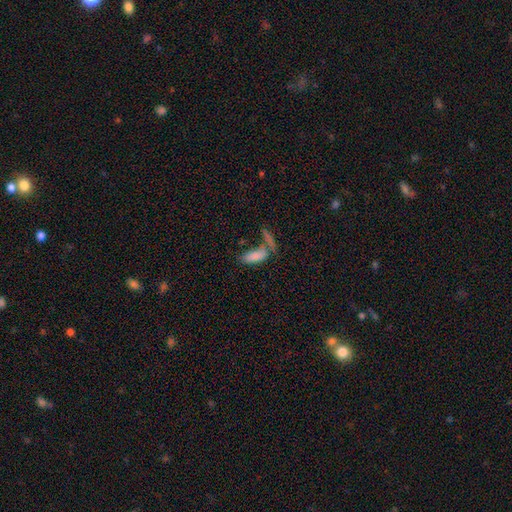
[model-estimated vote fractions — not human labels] Smooth or featured? smooth (79%)
How rounded? in between (73%)
Merging? merger (39%)